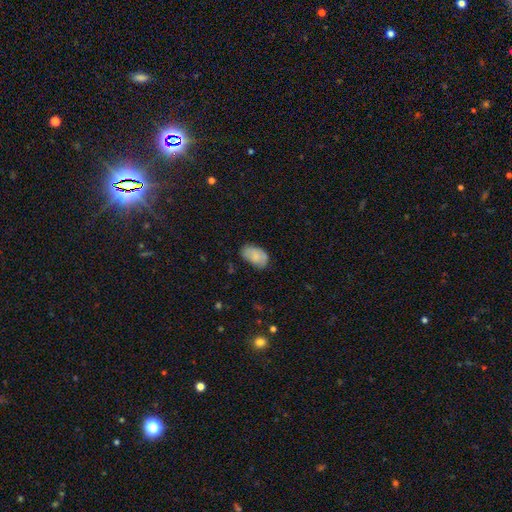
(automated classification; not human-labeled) Smooth or featured? Predicted: smooth (p=0.79). How rounded? Predicted: in between (p=0.92). Merging? Predicted: none (p=0.66).